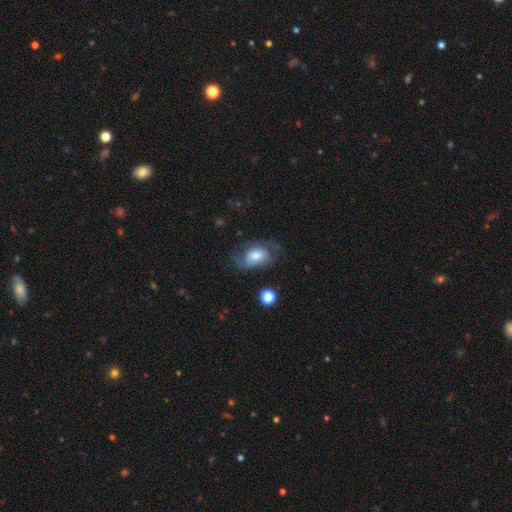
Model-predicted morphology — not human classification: A smooth galaxy with no disk features (51%) that is in between round and cigar-shaped (79%).

Vote fractions:
- Smooth or featured? smooth: 51% / featured or disk: 41% / star or artifact: 8%
- How rounded? in between: 79% / round: 20% / cigar-shaped: 2%
- Merging? none: 42% / major disturbance: 28% / minor disturbance: 27% / merger: 2%